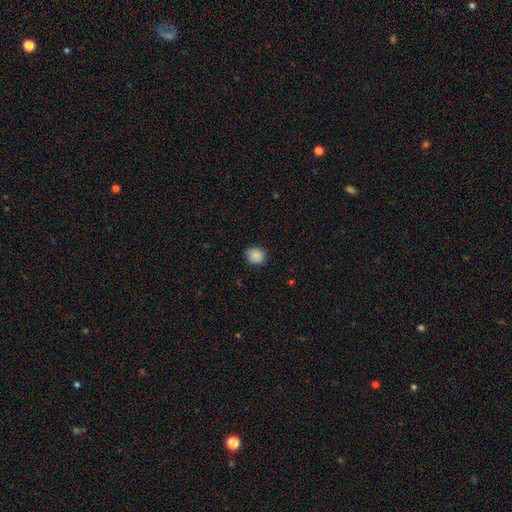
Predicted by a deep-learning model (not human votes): smooth-or-featured: smooth: 84% | star or artifact: 9% | featured or disk: 7%
  how-rounded: round: 73% | in between: 26% | cigar-shaped: 1%
  merging: none: 79% | minor disturbance: 17% | major disturbance: 3% | merger: 1%